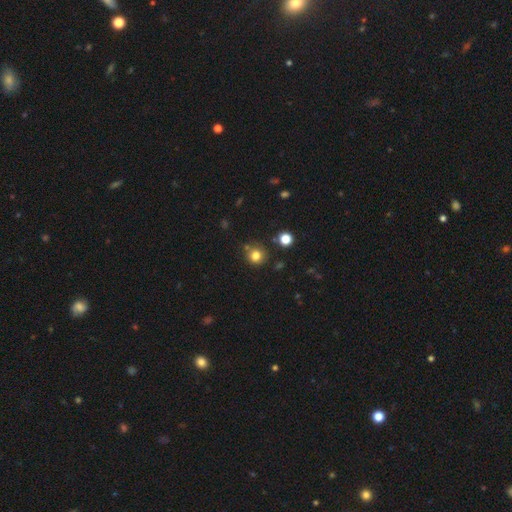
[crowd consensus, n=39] Q: Smooth or featured?
A: smooth (87%); runner-up: star or artifact (8%)
Q: How rounded?
A: round (88%); runner-up: in between (12%)
Q: Merging?
A: none (72%); runner-up: minor disturbance (14%)